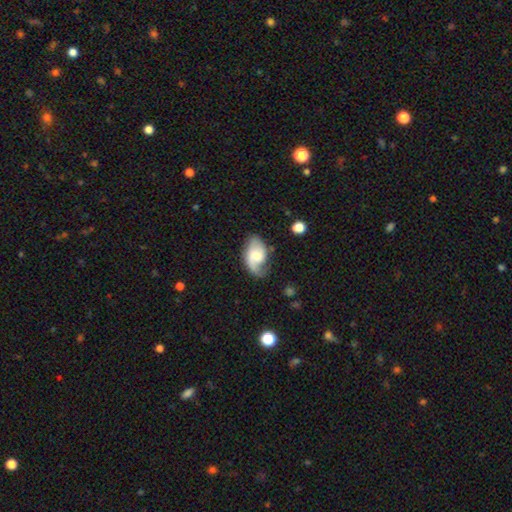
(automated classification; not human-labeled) This appears to be a featured or disk galaxy (65%) with no bar (55%), 2 (56%) medium (40%, tied with loose) spiral arms (91%) and a moderate central bulge (46%). Merging: none (57%).